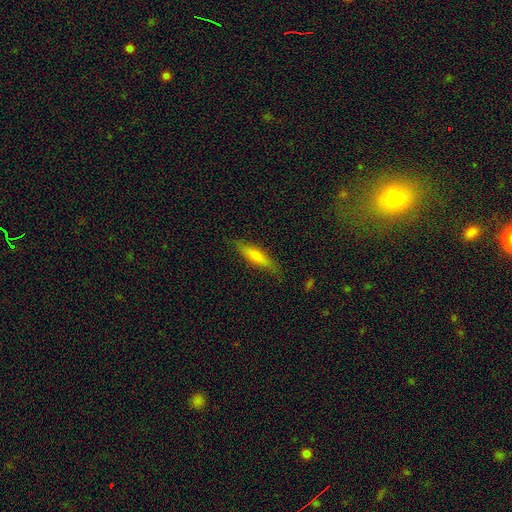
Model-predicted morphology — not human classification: Smooth or featured: smooth — 56% (featured or disk — 36%)
How rounded: cigar-shaped — 83% (in between — 15%)
Merging: none — 82% (minor disturbance — 13%)